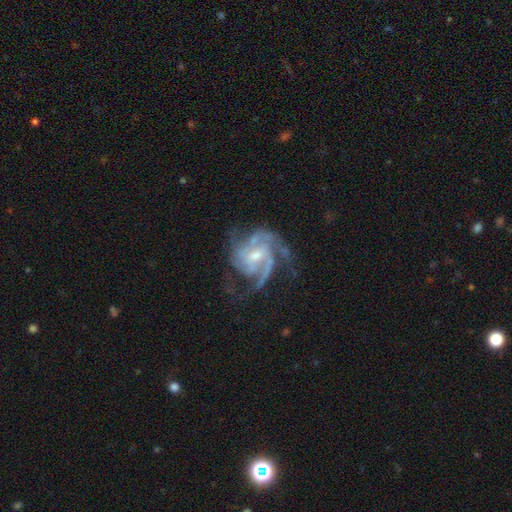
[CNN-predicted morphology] A featured or disk galaxy (89%) with a weak bar (47%), 3 (43%) medium (50%) spiral arms (97%) and a small central bulge (47%, tied with moderate). Merging: none (57%).